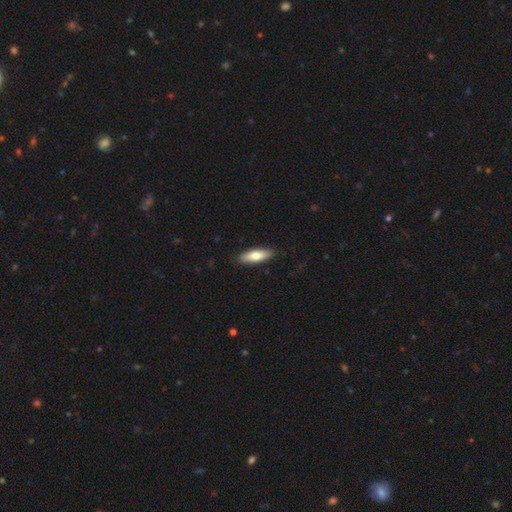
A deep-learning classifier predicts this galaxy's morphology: smooth_or_featured: smooth (p=0.75) [alt: featured or disk p=0.19]
how_rounded: in between (p=0.54) [alt: cigar-shaped p=0.44]
merging: none (p=0.88) [alt: minor disturbance p=0.09]